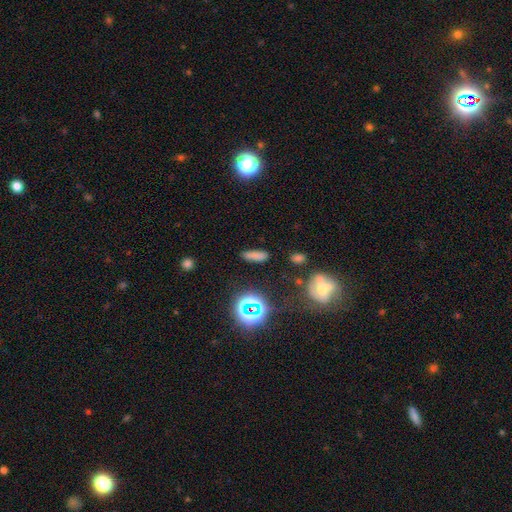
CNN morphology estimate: Smooth or featured? smooth (73%)
How rounded? cigar-shaped (57%)
Merging? none (84%)